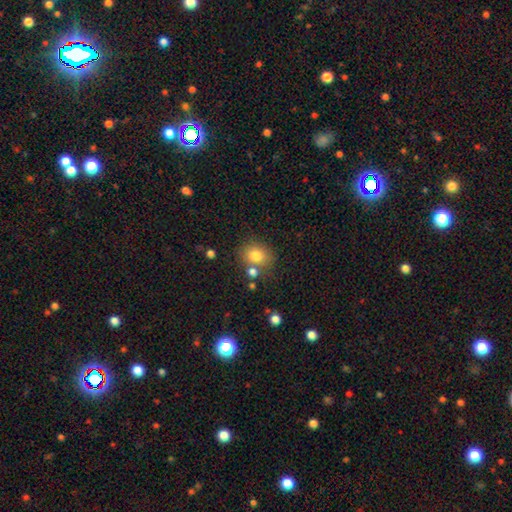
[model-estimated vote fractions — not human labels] This appears to be a smooth galaxy with no disk features (79%) that is round (57%). Merging: none (70%).